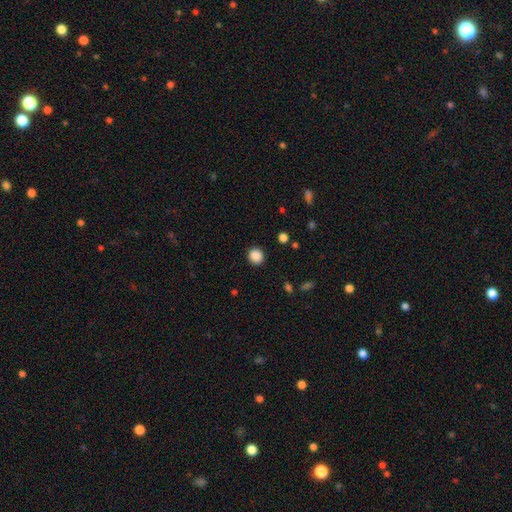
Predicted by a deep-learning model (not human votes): Morphology: type=smooth (87%); roundness=round (82%); merging=none (89%).